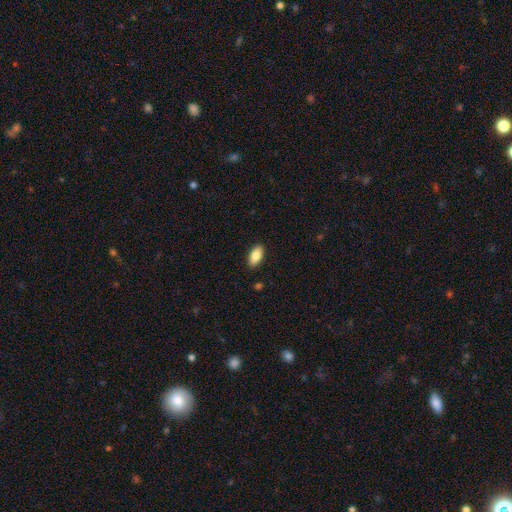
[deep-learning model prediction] Morphology: type=smooth (83%); roundness=in between (92%); merging=none (89%).